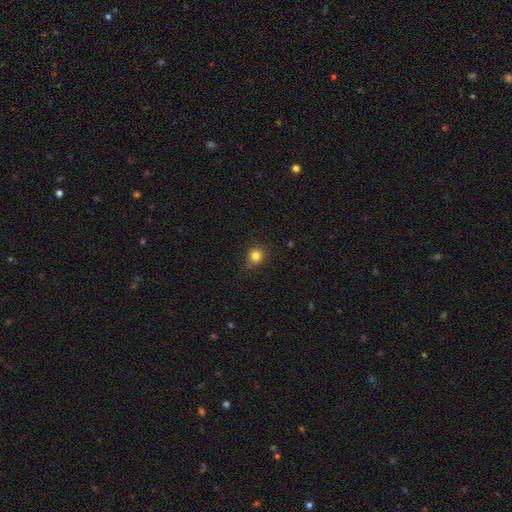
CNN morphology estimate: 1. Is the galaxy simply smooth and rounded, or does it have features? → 82% smooth, 13% star or artifact, 5% featured or disk.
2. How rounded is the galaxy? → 85% round, 14% in between, 1% cigar-shaped.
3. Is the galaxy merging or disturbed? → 79% none, 16% minor disturbance, 3% major disturbance, 2% merger.